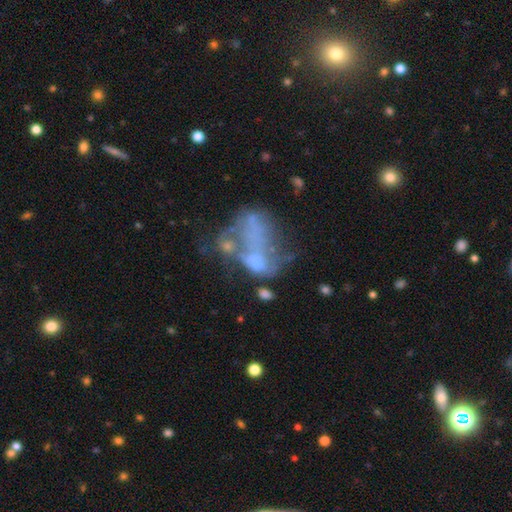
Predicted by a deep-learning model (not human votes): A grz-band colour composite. It shows a featured or disk galaxy (54%) with no bar (92%), no spiral arms (94%) and no central bulge (79%). Merging: merger (36%).